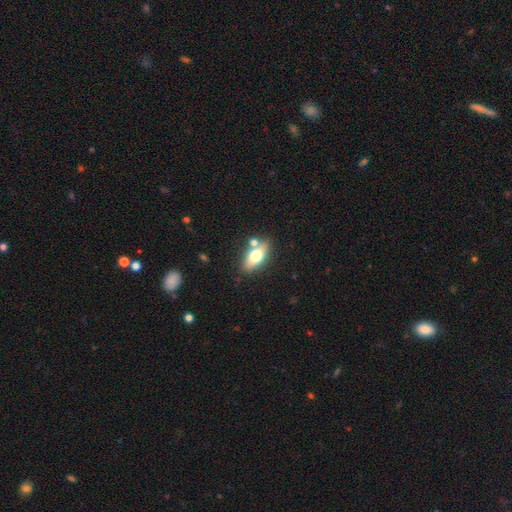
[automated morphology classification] smooth-or-featured: smooth: 64% | featured or disk: 29% | star or artifact: 8%
  how-rounded: in between: 80% | cigar-shaped: 14% | round: 6%
  merging: none: 74% | minor disturbance: 12% | merger: 11% | major disturbance: 3%